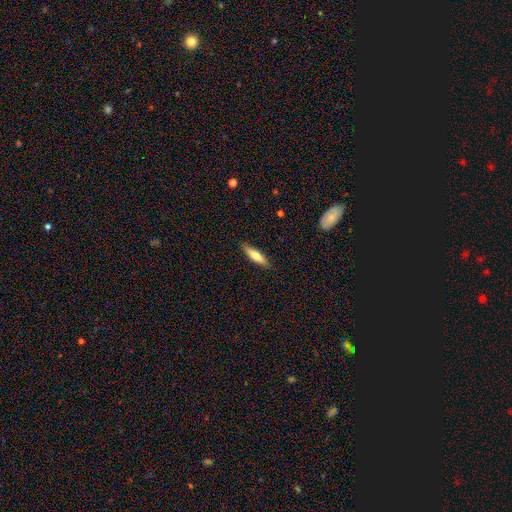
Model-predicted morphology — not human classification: smooth_or_featured: smooth (p=0.59) [alt: featured or disk p=0.36]
how_rounded: cigar-shaped (p=0.75) [alt: in between p=0.23]
merging: none (p=0.88) [alt: minor disturbance p=0.09]